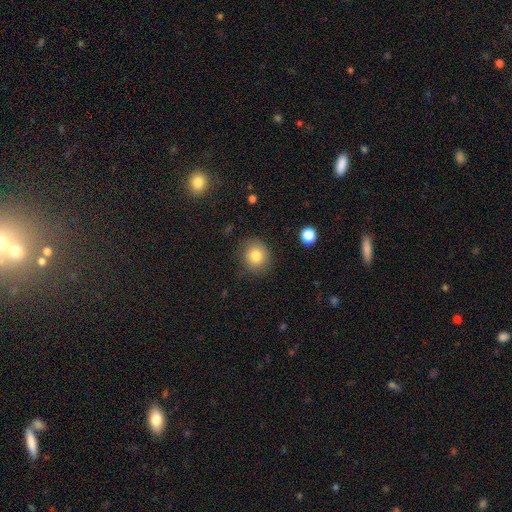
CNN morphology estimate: type=smooth (82%); roundness=round (81%); merging=none (84%).